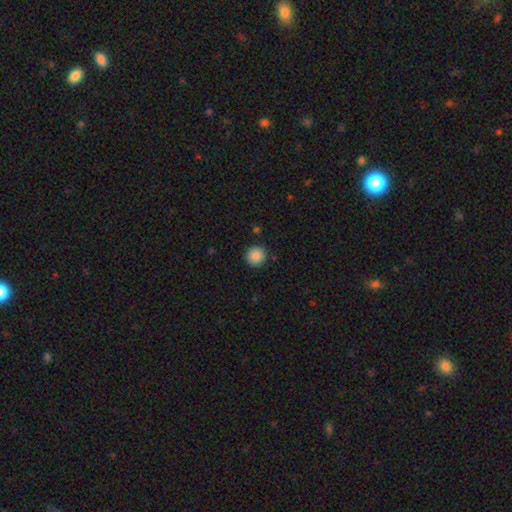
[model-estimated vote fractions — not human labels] smooth 88%, star or artifact 9%, featured or disk 3%. Down the decision tree: how rounded — round (95%); merging — none (90%).